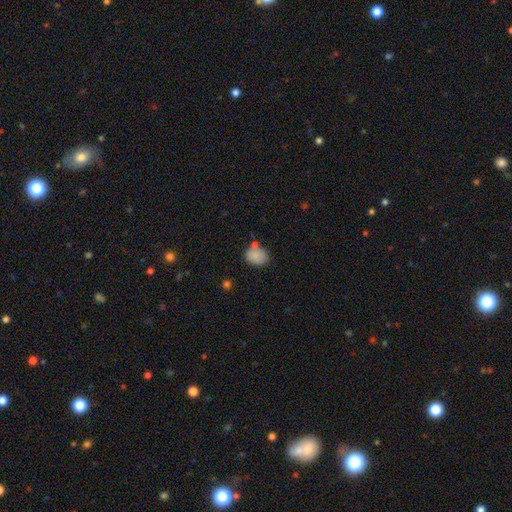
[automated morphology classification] This appears to be a smooth galaxy with no disk features (84%) that is in between round and cigar-shaped (59%). Merging: none (60%).